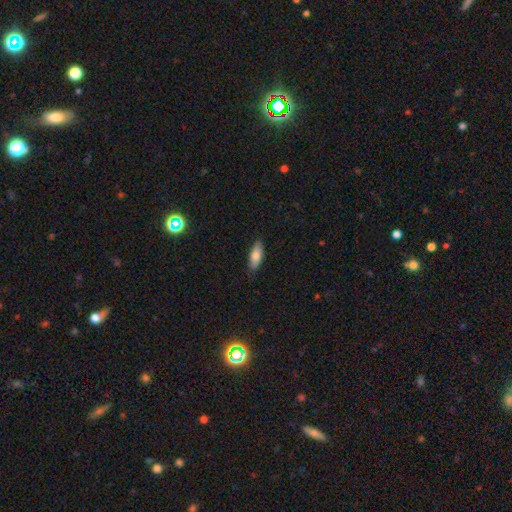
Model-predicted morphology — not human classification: A smooth galaxy with no disk features (80%) that is in between round and cigar-shaped (73%).

Vote fractions:
- Smooth or featured? smooth: 80% / featured or disk: 14% / star or artifact: 6%
- How rounded? in between: 73% / cigar-shaped: 25% / round: 2%
- Merging? none: 83% / minor disturbance: 13% / major disturbance: 2% / merger: 1%